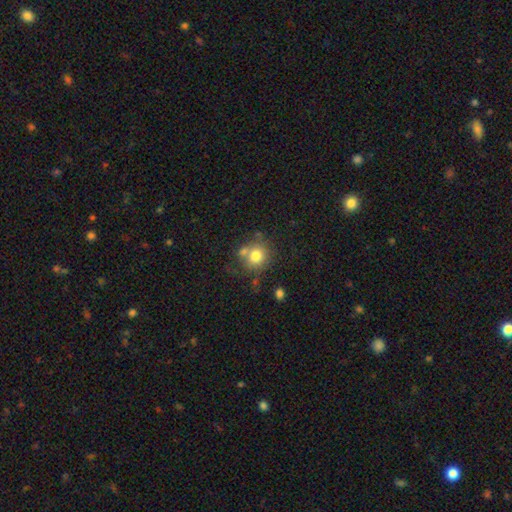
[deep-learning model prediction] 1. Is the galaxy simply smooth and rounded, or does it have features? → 76% smooth, 13% featured or disk, 11% star or artifact.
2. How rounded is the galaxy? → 83% round, 16% in between, 1% cigar-shaped.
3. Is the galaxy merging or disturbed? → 58% none, 21% merger, 15% minor disturbance, 6% major disturbance.